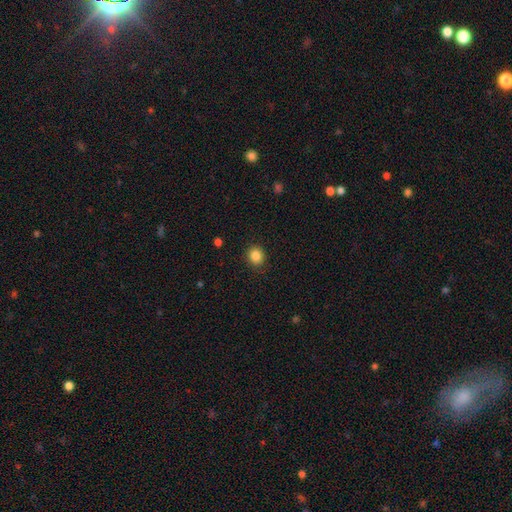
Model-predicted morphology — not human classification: This appears to be a smooth galaxy with no disk features (86%) that is round (78%). Merging: none (89%).